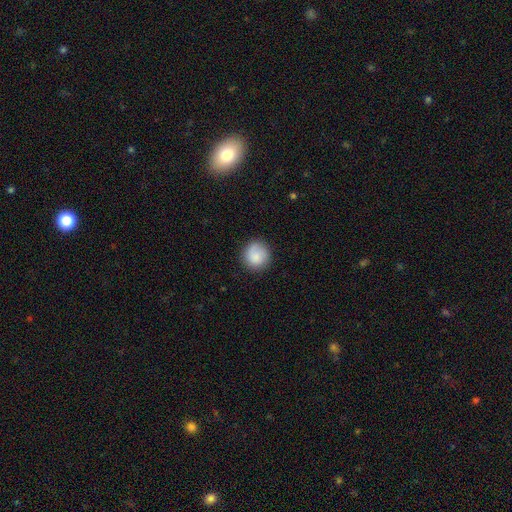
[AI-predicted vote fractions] Smooth or featured: smooth — 84% (featured or disk — 8%)
How rounded: round — 91% (in between — 8%)
Merging: none — 83% (minor disturbance — 13%)